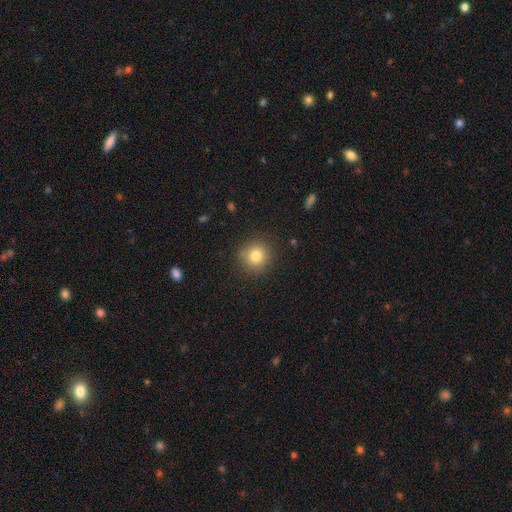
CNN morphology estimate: Smooth or featured? Predicted: smooth (p=0.81). How rounded? Predicted: round (p=0.91). Merging? Predicted: none (p=0.87).